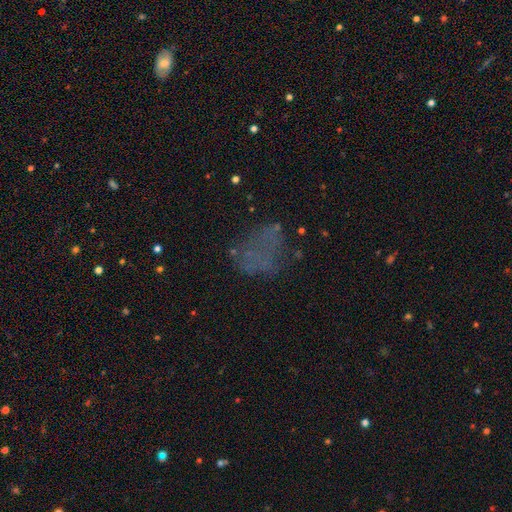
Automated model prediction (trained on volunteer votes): This appears to be a smooth galaxy with no disk features (41%). Merging: none (55%).